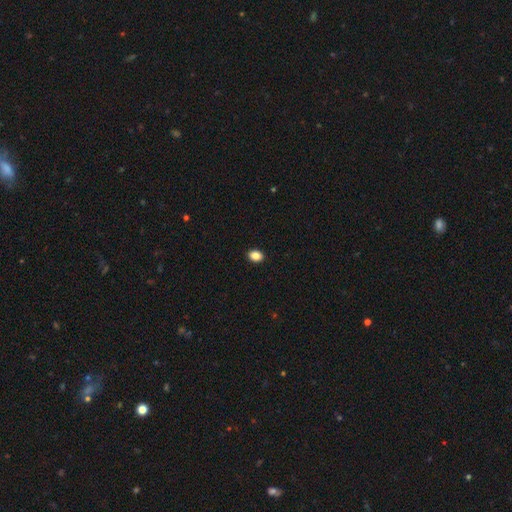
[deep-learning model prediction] Smooth or featured? smooth (87%)
How rounded? in between (68%)
Merging? none (91%)